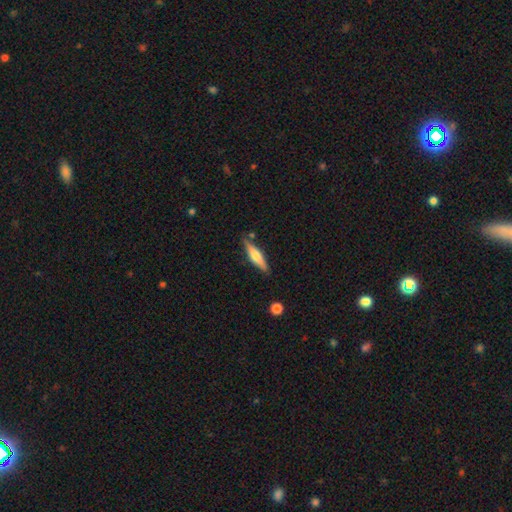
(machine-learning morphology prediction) Q: Smooth or featured?
A: featured or disk (48%); runner-up: smooth (46%)
Q: Merging?
A: none (83%); runner-up: minor disturbance (12%)